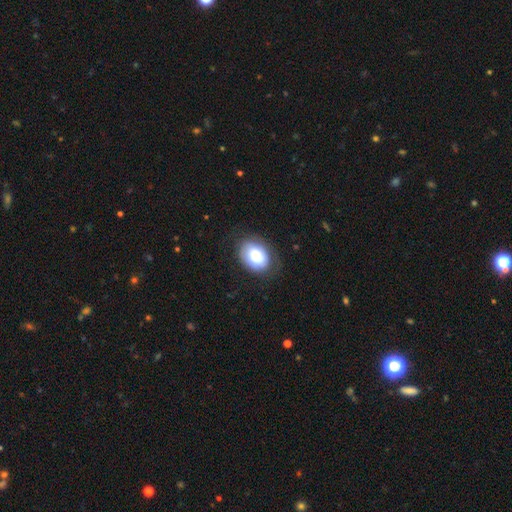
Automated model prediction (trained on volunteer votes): Overall: smooth (74%). How rounded: in between (69%; round 30%). Merging: none (76%).